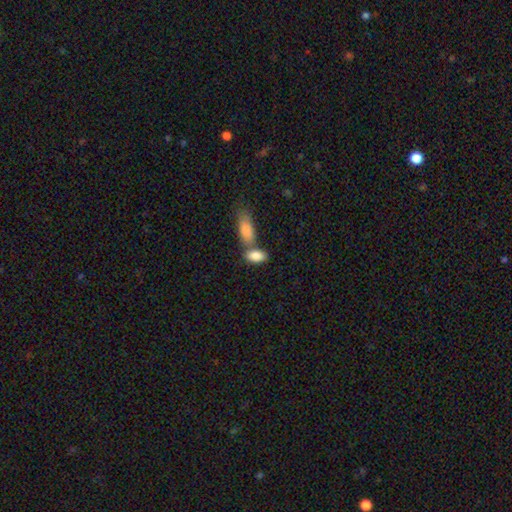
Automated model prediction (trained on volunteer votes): Q: Smooth or featured?
A: smooth (86%); runner-up: featured or disk (8%)
Q: How rounded?
A: in between (89%); runner-up: cigar-shaped (6%)
Q: Merging?
A: none (44%); runner-up: merger (41%)